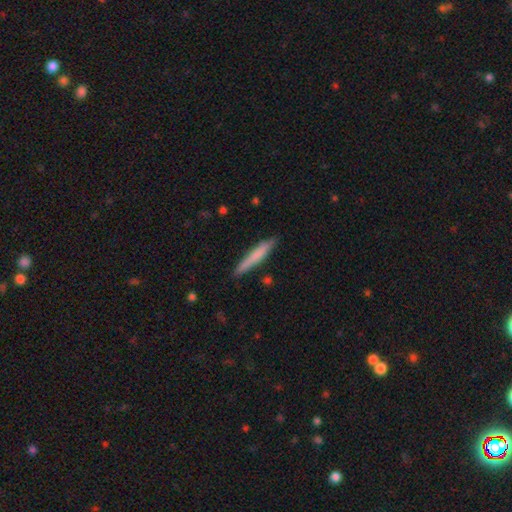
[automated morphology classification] Q: Smooth or featured?
A: smooth (71%); runner-up: featured or disk (24%)
Q: How rounded?
A: cigar-shaped (94%); runner-up: in between (4%)
Q: Merging?
A: none (85%); runner-up: minor disturbance (11%)